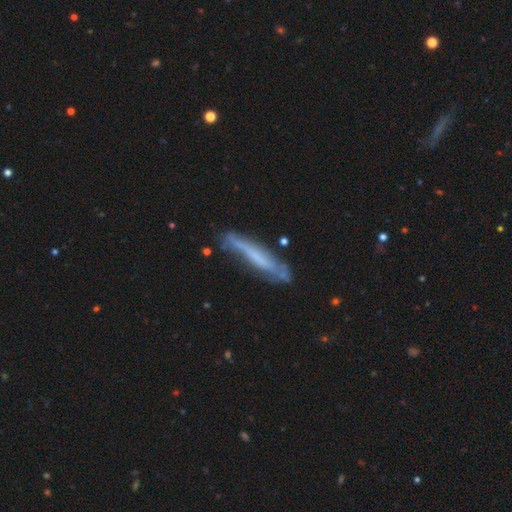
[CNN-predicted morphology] featured or disk 56%, smooth 36%, star or artifact 8%. Down the decision tree: edge-on disk — yes (69%); merging — none (63%).